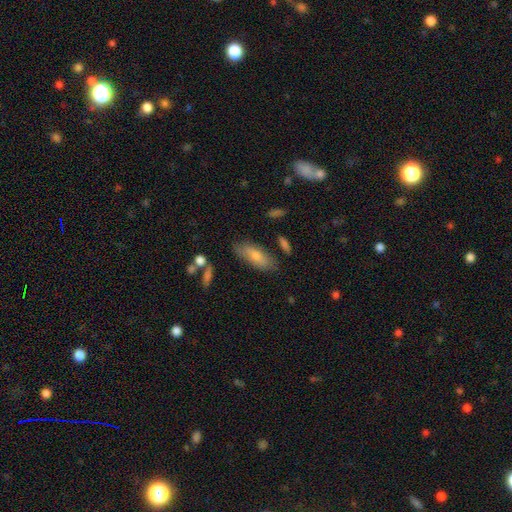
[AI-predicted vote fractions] Smooth or featured? smooth (67%)
How rounded? in between (73%)
Merging? none (76%)